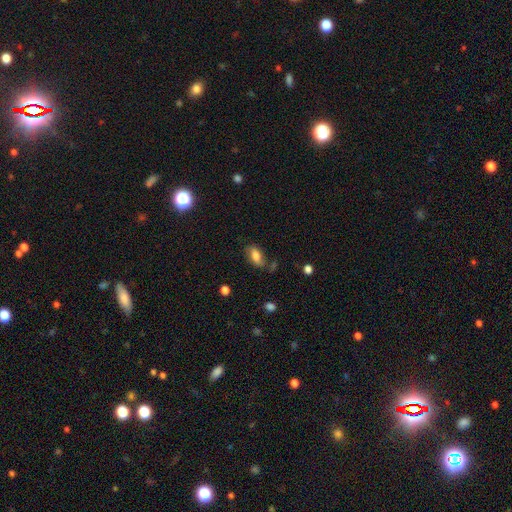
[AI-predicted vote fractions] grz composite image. It shows a smooth galaxy with no disk features (75%) that is in between round and cigar-shaped (88%). Merging: none (62%).